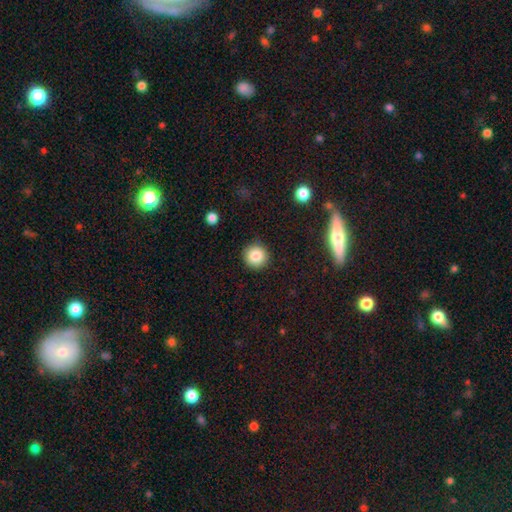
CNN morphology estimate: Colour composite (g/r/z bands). It shows a smooth galaxy with no disk features (84%) that is round (95%). Merging: none (91%).